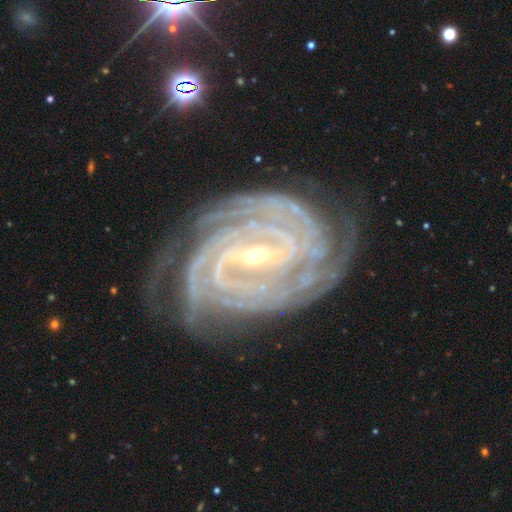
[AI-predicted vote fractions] Smooth or featured? featured or disk (93%)
Edge-on disk? no (97%)
Bar? strong (48%)
Spiral arms? yes (98%)
Spiral winding? tight (78%)
Spiral arm count? 4 (25%)
Bulge size? small (72%)
Merging? none (71%)